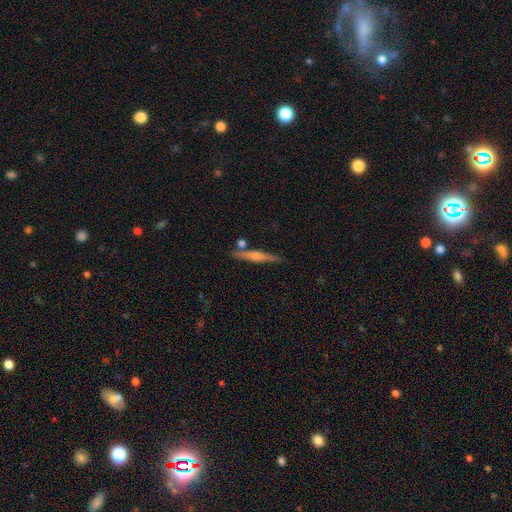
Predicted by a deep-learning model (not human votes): Q: Smooth or featured?
A: featured or disk (72%); runner-up: smooth (21%)
Q: Edge-on disk?
A: yes (97%); runner-up: no (3%)
Q: Edge-on bulge?
A: rounded (80%); runner-up: none (11%)
Q: Merging?
A: none (85%); runner-up: minor disturbance (9%)